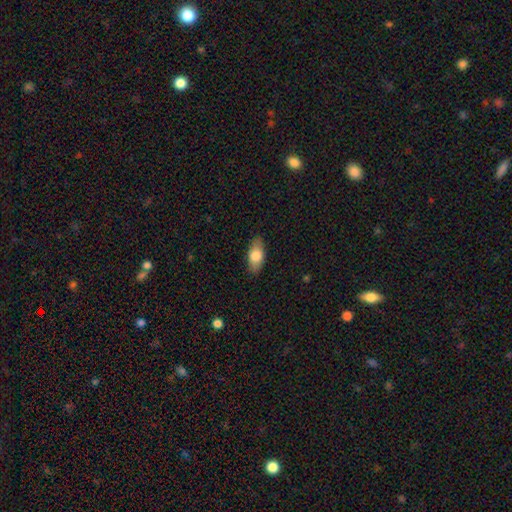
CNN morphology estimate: Smooth or featured? smooth (77%)
How rounded? in between (89%)
Merging? none (86%)